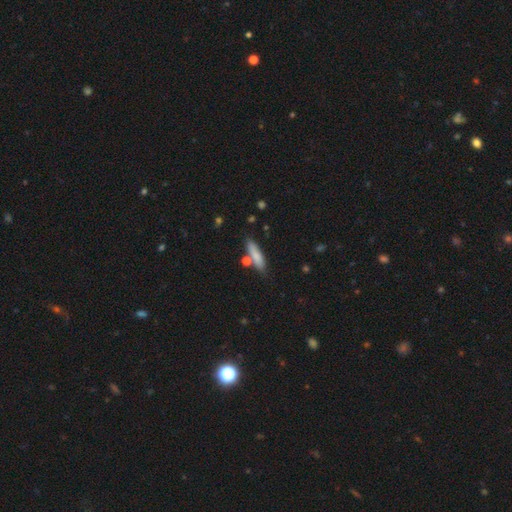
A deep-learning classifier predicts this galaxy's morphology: Smooth or featured: smooth — 80% (featured or disk — 14%)
How rounded: cigar-shaped — 72% (in between — 25%)
Merging: none — 77% (minor disturbance — 12%)